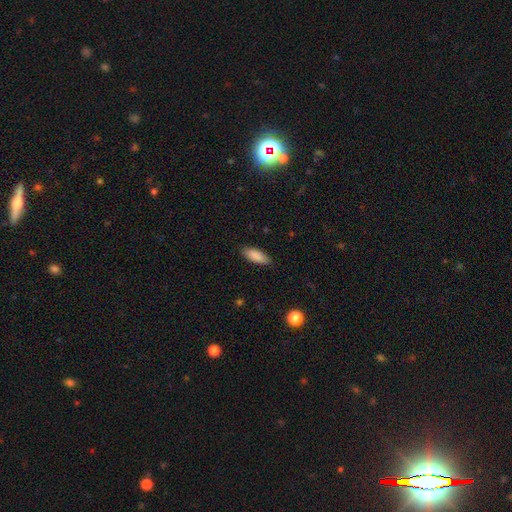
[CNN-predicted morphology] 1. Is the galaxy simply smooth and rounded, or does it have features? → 88% smooth, 6% star or artifact, 5% featured or disk.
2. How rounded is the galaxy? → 72% in between, 26% cigar-shaped, 2% round.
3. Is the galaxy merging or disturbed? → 87% none, 10% minor disturbance, 2% major disturbance, 1% merger.